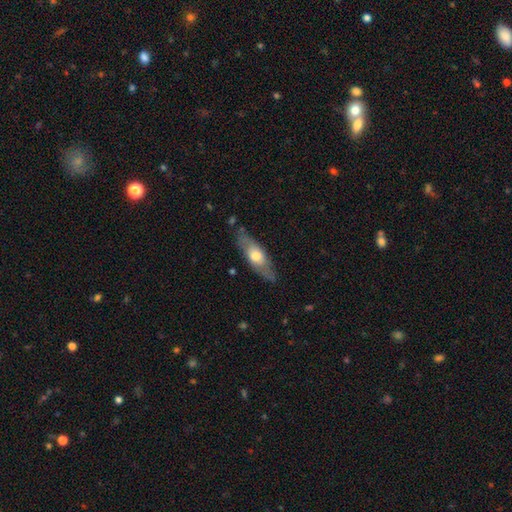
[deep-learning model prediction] smooth 52%, featured or disk 43%, star or artifact 5%. Down the decision tree: how rounded — in between (53%); merging — none (78%).